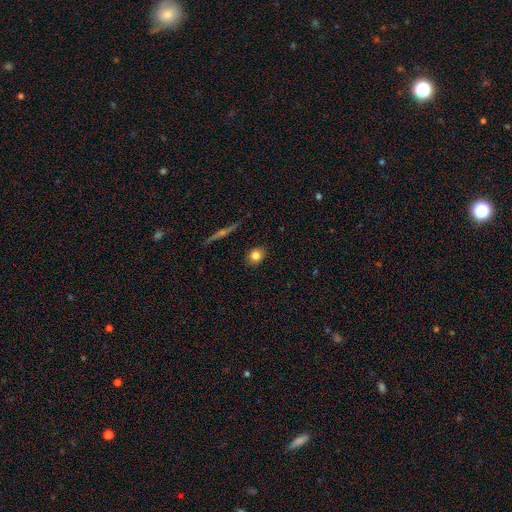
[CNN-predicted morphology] This is likely a smooth galaxy (80%). How rounded: likely round (60%). Merging: clearly none (88%).